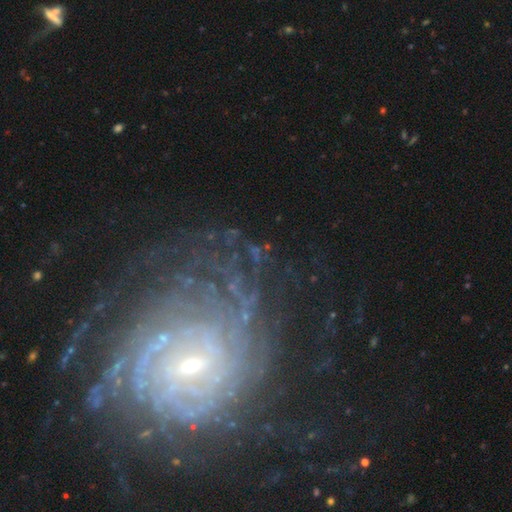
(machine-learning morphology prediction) Smooth or featured?
  - featured or disk: 85% *
  - star or artifact: 10%
  - smooth: 6%
Edge-on disk?
  - no: 97% *
  - yes: 3%
Bar?
  - weak: 45% *
  - no: 33%
  - strong: 23%
Spiral arms?
  - yes: 95% *
  - no: 5%
Spiral winding?
  - tight: 80% *
  - medium: 15%
  - loose: 5%
Spiral arm count?
  - can't tell: 36% *
  - more than 4: 27%
  - 4: 12%
  - 2: 10%
  - 3: 9%
  - 1: 8%
Bulge size?
  - small: 75% *
  - moderate: 21%
  - large: 2%
  - none: 2%
  - dominant: 1%
Merging?
  - none: 74% *
  - minor disturbance: 14%
  - major disturbance: 10%
  - merger: 2%